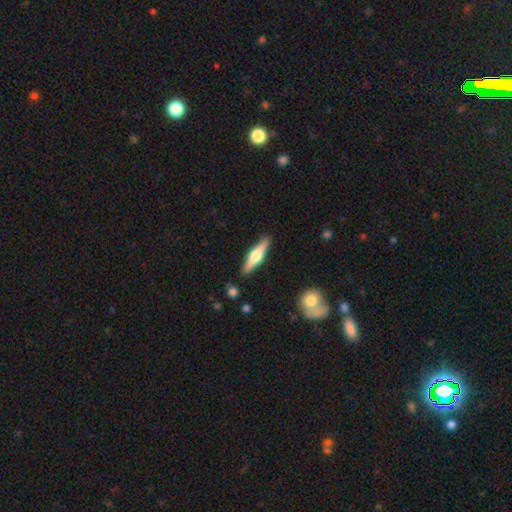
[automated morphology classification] Q: Smooth or featured?
A: featured or disk (57%); runner-up: smooth (38%)
Q: Edge-on disk?
A: yes (95%); runner-up: no (5%)
Q: Edge-on bulge?
A: rounded (92%); runner-up: boxy (5%)
Q: Merging?
A: none (89%); runner-up: minor disturbance (8%)